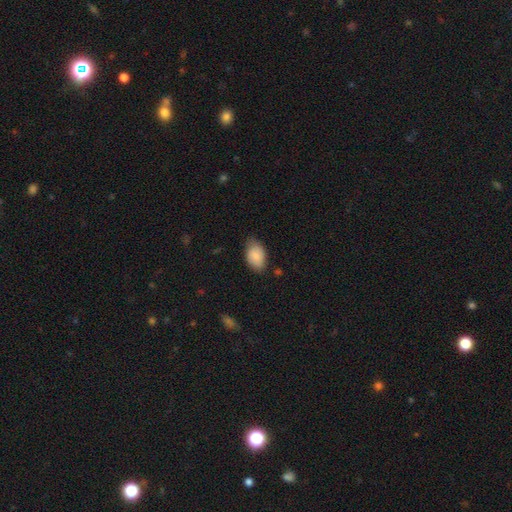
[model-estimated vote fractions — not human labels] Smooth or featured?
  - smooth: 83% *
  - featured or disk: 10%
  - star or artifact: 6%
How rounded?
  - in between: 91% *
  - round: 8%
  - cigar-shaped: 1%
Merging?
  - none: 71% *
  - minor disturbance: 24%
  - major disturbance: 4%
  - merger: 1%